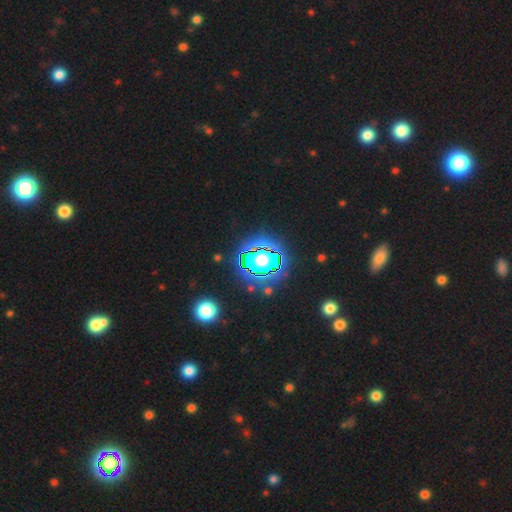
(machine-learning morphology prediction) Smooth or featured: star or artifact — 79% (smooth — 12%)